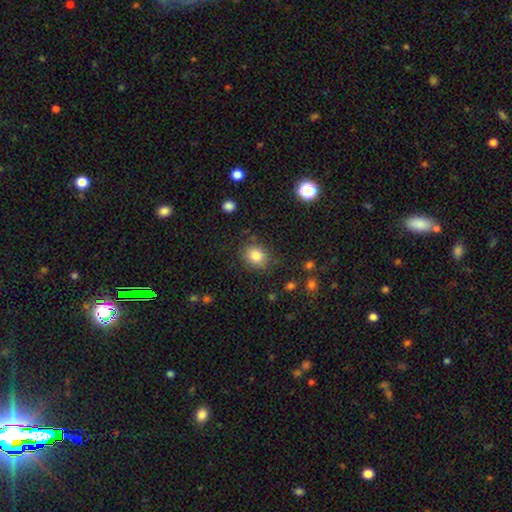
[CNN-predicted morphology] Smooth or featured?
  - smooth: 83% *
  - star or artifact: 10%
  - featured or disk: 7%
How rounded?
  - round: 61% *
  - in between: 38%
  - cigar-shaped: 1%
Merging?
  - none: 81% *
  - minor disturbance: 13%
  - major disturbance: 4%
  - merger: 2%